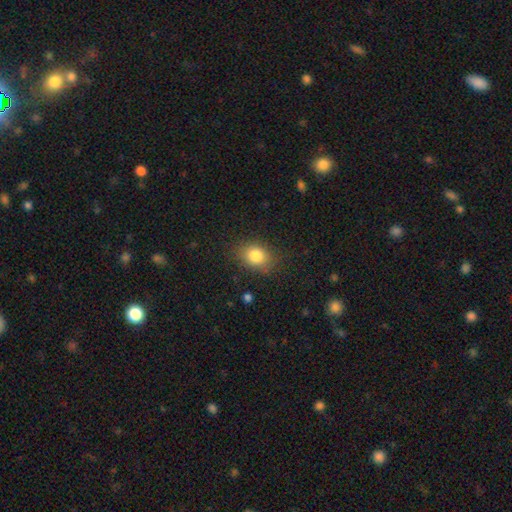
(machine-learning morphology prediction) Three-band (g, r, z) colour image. It shows a smooth galaxy with no disk features (82%) that is in between round and cigar-shaped (60%). Merging: none (80%).